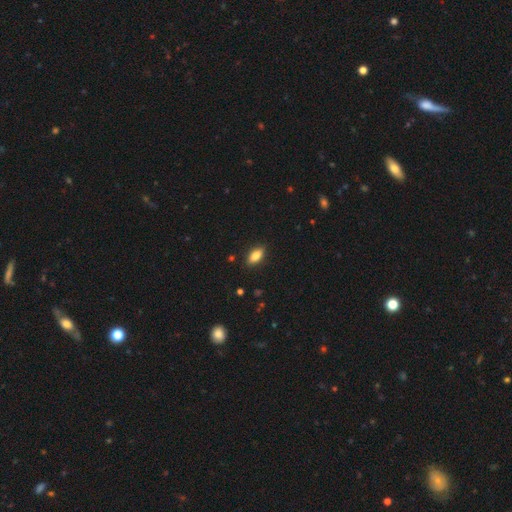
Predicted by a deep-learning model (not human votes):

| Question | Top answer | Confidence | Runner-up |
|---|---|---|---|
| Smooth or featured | smooth | 84% | featured or disk (8%) |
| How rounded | in between | 87% | cigar-shaped (10%) |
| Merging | none | 87% | minor disturbance (10%) |